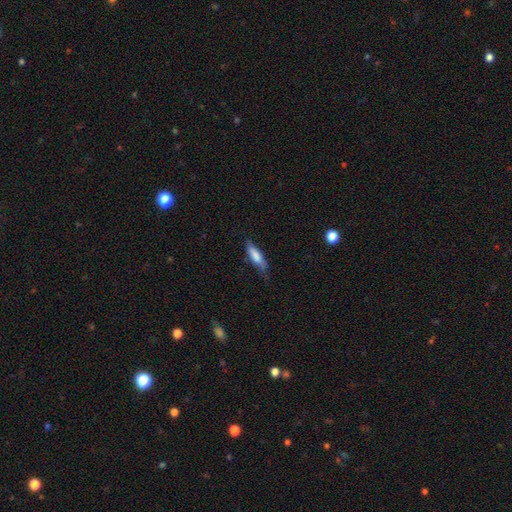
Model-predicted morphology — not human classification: Smooth or featured? Predicted: smooth (p=0.77). How rounded? Predicted: cigar-shaped (p=0.57). Merging? Predicted: none (p=0.63).